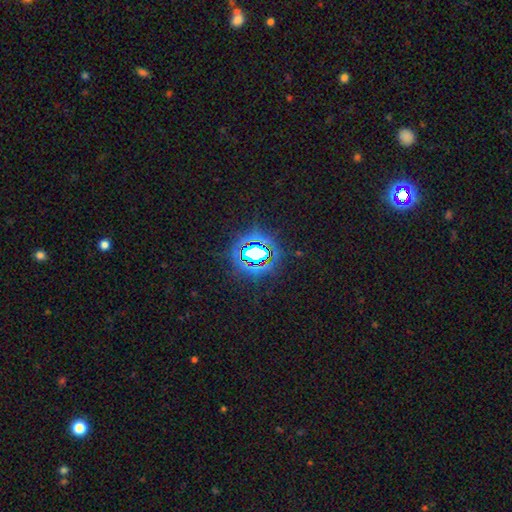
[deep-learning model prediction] Smooth or featured?
  - star or artifact: 73% *
  - smooth: 16%
  - featured or disk: 10%